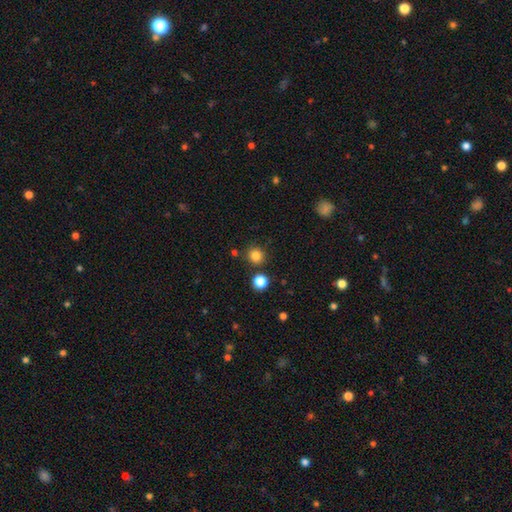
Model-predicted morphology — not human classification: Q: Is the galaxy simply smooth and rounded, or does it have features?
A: smooth — 82%.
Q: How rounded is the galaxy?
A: round — 93%.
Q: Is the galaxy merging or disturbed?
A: none — 85%.